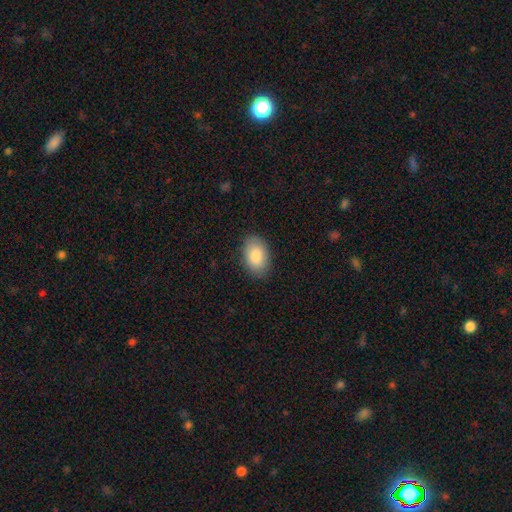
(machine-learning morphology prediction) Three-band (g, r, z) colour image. It shows a smooth galaxy with no disk features (86%) that is in between round and cigar-shaped (91%). Merging: none (85%).